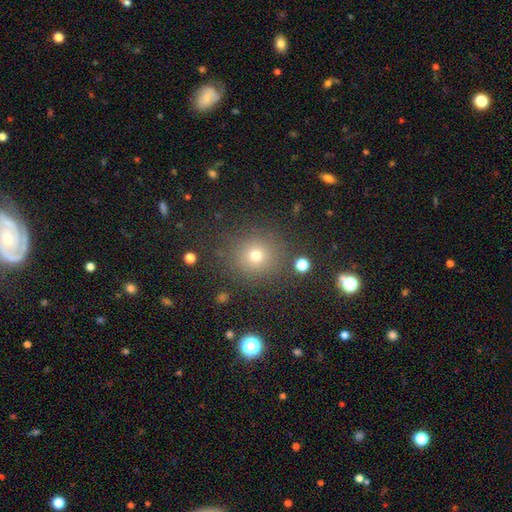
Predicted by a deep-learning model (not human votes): Smooth or featured?
  - smooth: 71% *
  - star or artifact: 20%
  - featured or disk: 9%
How rounded?
  - round: 91% *
  - in between: 9%
  - cigar-shaped: 1%
Merging?
  - none: 85% *
  - minor disturbance: 8%
  - major disturbance: 4%
  - merger: 3%